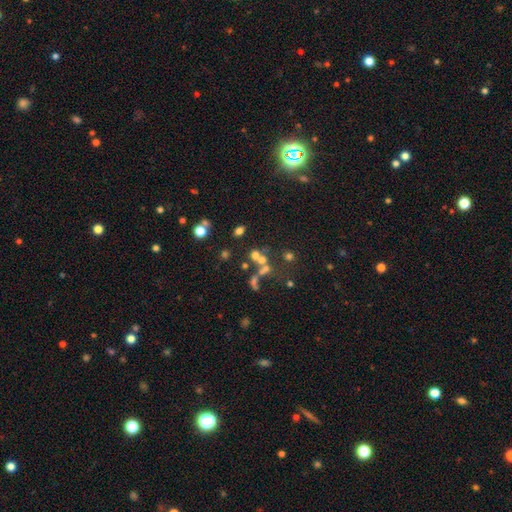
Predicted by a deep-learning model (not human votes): The model was most divided on "merging": none: 43%, merger: 39%, minor disturbance: 9%, major disturbance: 9%. More confident: how rounded — round (71%); smooth or featured — smooth (51%).